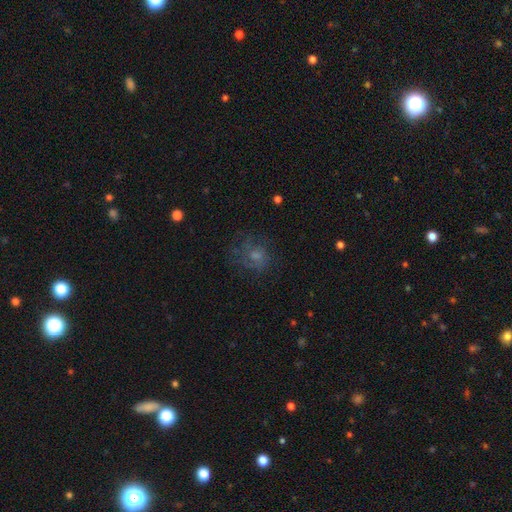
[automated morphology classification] type=smooth (45%); merging=none (59%).